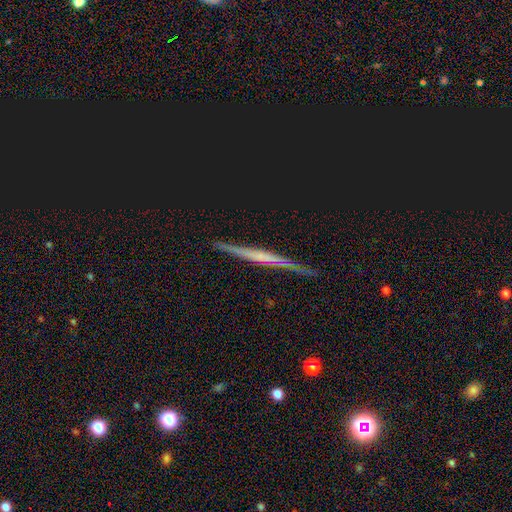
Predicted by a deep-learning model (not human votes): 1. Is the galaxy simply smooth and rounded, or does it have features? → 56% featured or disk, 26% smooth, 18% star or artifact.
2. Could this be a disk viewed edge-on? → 94% yes, 6% no.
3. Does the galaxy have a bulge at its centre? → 60% none, 23% rounded, 17% boxy.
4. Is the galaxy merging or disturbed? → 83% none, 12% minor disturbance, 2% major disturbance, 2% merger.